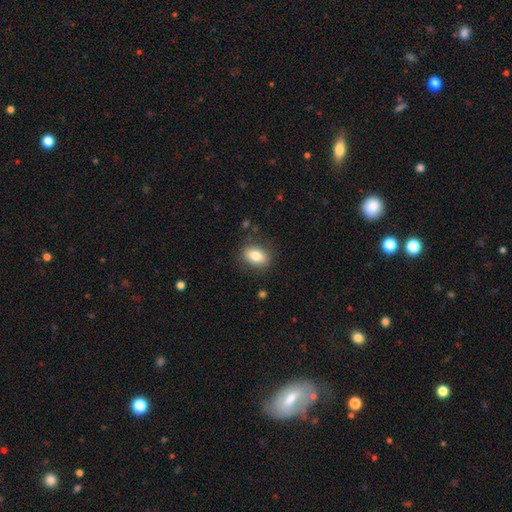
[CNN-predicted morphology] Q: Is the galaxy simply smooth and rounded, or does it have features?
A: smooth — 82%.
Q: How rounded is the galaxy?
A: in between — 82%.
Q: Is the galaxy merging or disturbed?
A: none — 83%.